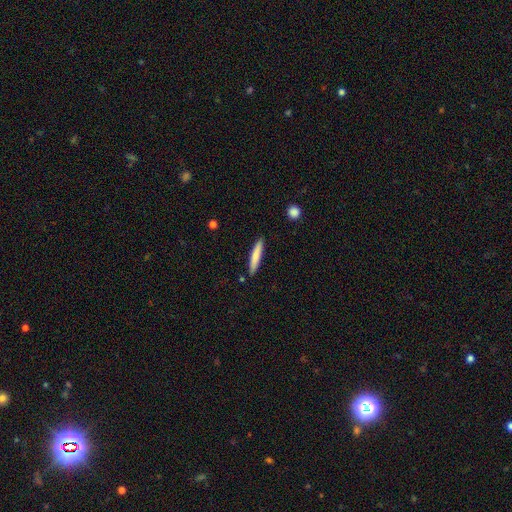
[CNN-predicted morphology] Smooth or featured? Predicted: smooth (p=0.78). How rounded? Predicted: cigar-shaped (p=0.92). Merging? Predicted: none (p=0.89).